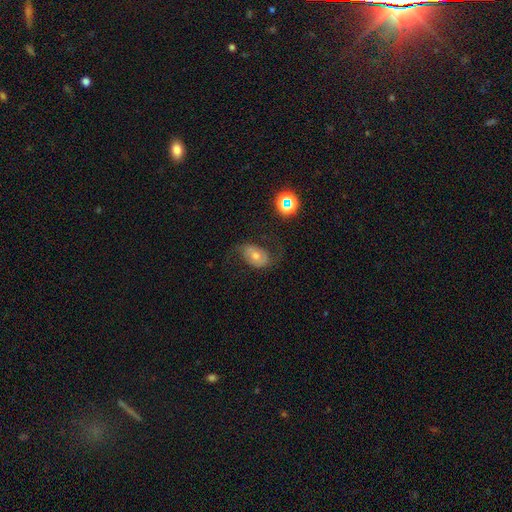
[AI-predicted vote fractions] The model was most divided on "smooth or featured": featured or disk: 51%, smooth: 35%, star or artifact: 14%. More confident: edge-on disk — no (94%); merging — none (61%).